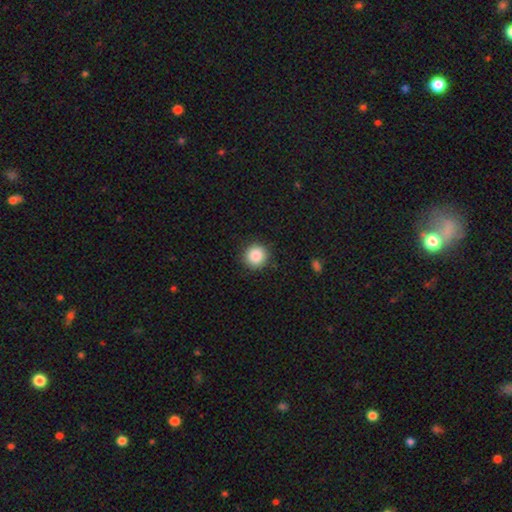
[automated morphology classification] smooth-or-featured: smooth: 87% | star or artifact: 9% | featured or disk: 4%
  how-rounded: round: 94% | in between: 5% | cigar-shaped: 1%
  merging: none: 90% | minor disturbance: 7% | major disturbance: 2% | merger: 1%